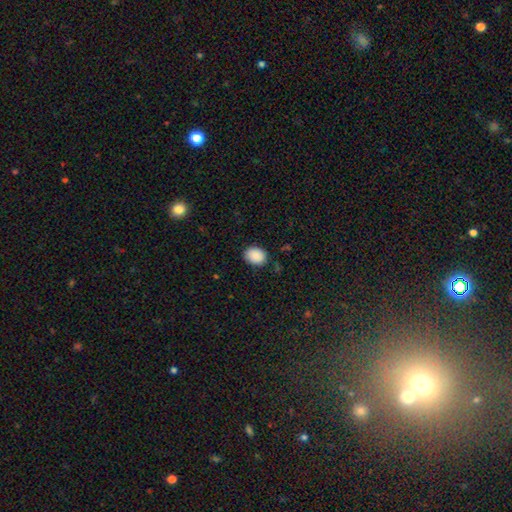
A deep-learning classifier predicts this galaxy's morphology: Q: Smooth or featured?
A: smooth (90%); runner-up: star or artifact (8%)
Q: How rounded?
A: in between (58%); runner-up: round (41%)
Q: Merging?
A: none (86%); runner-up: minor disturbance (10%)